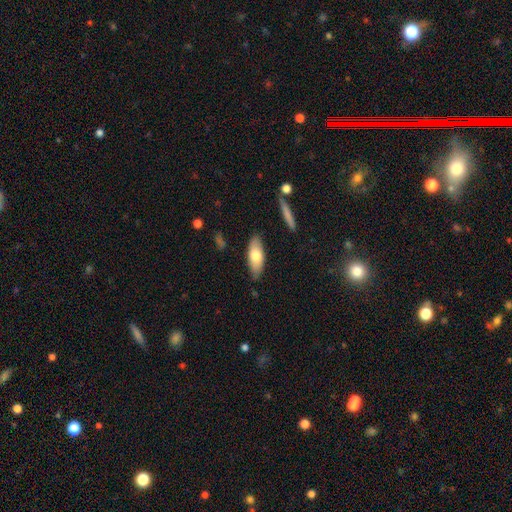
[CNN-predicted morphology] smooth 72%, featured or disk 23%, star or artifact 6%. Down the decision tree: how rounded — in between (77%); merging — none (82%).